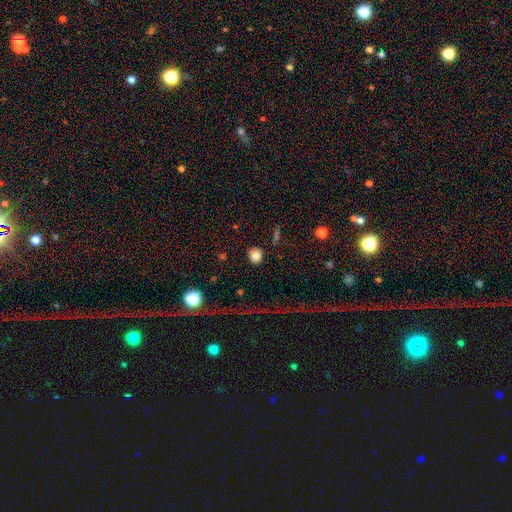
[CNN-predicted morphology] A smooth galaxy with no disk features (83%) that is round (84%).

Vote fractions:
- Smooth or featured? smooth: 83% / star or artifact: 11% / featured or disk: 6%
- How rounded? round: 84% / in between: 15% / cigar-shaped: 1%
- Merging? none: 88% / minor disturbance: 7% / major disturbance: 2% / merger: 2%